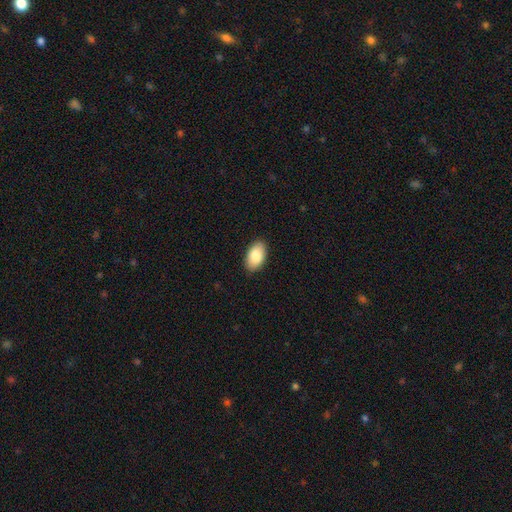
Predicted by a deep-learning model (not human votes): A smooth galaxy with no disk features (85%) that is in between round and cigar-shaped (94%).

Vote fractions:
- Smooth or featured? smooth: 85% / featured or disk: 9% / star or artifact: 6%
- How rounded? in between: 94% / round: 4% / cigar-shaped: 1%
- Merging? none: 89% / minor disturbance: 8% / major disturbance: 2% / merger: 1%